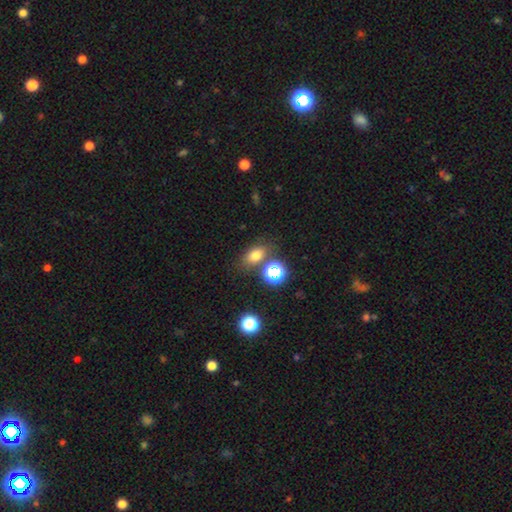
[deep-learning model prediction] This is likely a smooth galaxy (71%). How rounded: likely in between (70%). Merging: likely none (71%).